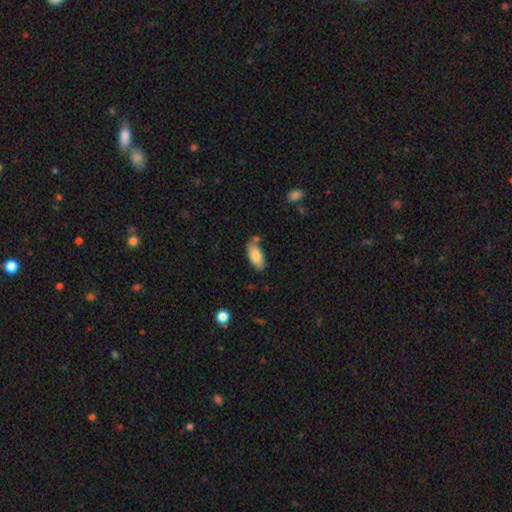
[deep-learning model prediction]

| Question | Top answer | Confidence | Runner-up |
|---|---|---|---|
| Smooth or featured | smooth | 82% | featured or disk (12%) |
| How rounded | in between | 89% | cigar-shaped (9%) |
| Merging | none | 72% | minor disturbance (16%) |